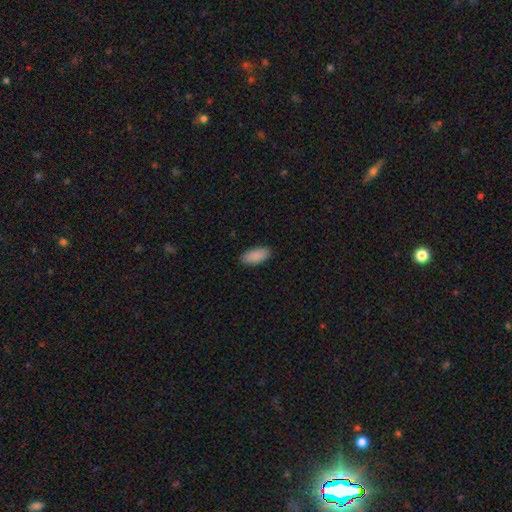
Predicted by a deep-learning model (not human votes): Smooth or featured? smooth (90%)
How rounded? in between (89%)
Merging? none (88%)